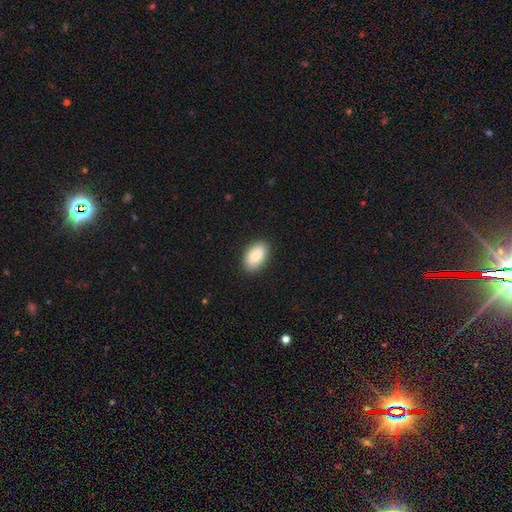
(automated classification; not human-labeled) A smooth galaxy with no disk features (79%) that is in between round and cigar-shaped (92%).

Vote fractions:
- Smooth or featured? smooth: 79% / featured or disk: 14% / star or artifact: 6%
- How rounded? in between: 92% / round: 6% / cigar-shaped: 2%
- Merging? none: 88% / minor disturbance: 9% / major disturbance: 2% / merger: 1%